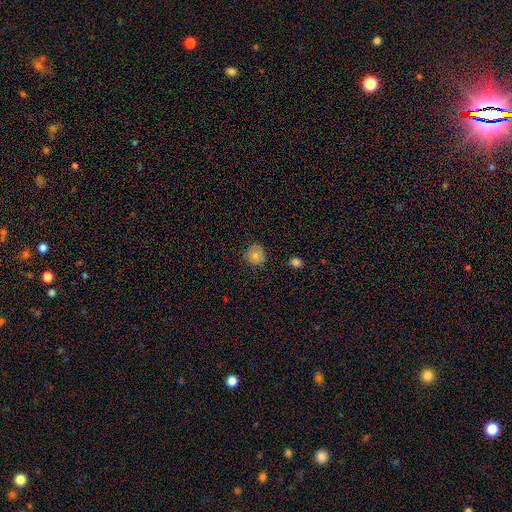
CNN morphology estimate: A smooth galaxy with no disk features (80%) that is round (86%).

Vote fractions:
- Smooth or featured? smooth: 80% / star or artifact: 10% / featured or disk: 10%
- How rounded? round: 86% / in between: 13% / cigar-shaped: 1%
- Merging? none: 79% / minor disturbance: 16% / major disturbance: 3% / merger: 2%